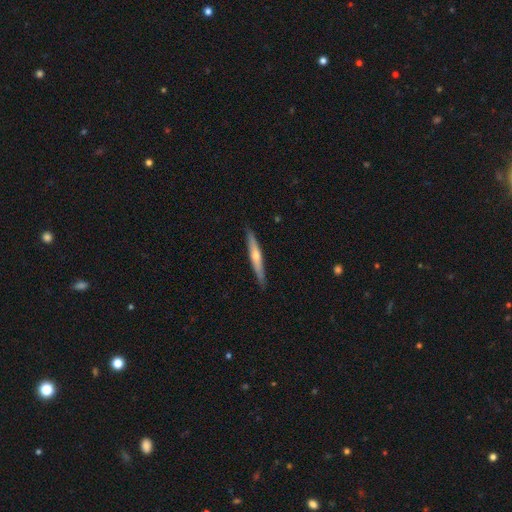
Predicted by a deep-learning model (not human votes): Smooth or featured? featured or disk (53%)
Edge-on disk? yes (94%)
Merging? none (88%)